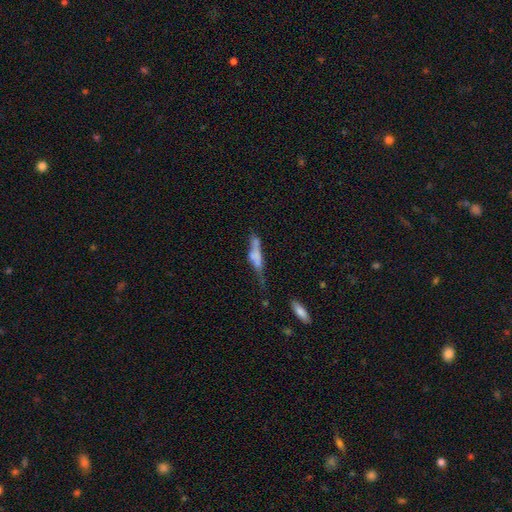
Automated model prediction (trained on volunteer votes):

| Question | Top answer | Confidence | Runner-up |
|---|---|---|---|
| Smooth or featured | smooth | 49% | featured or disk (41%) |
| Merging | none | 35% | minor disturbance (26%) |